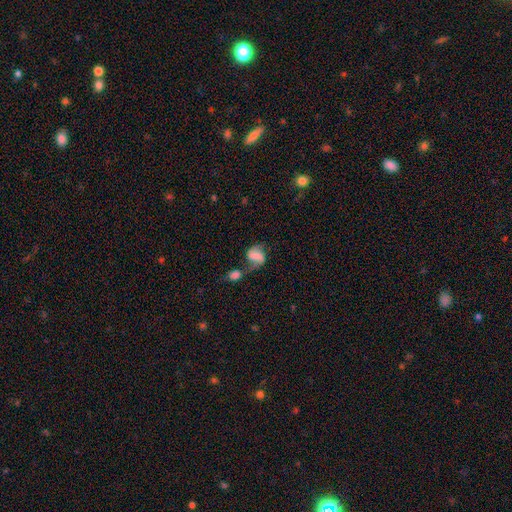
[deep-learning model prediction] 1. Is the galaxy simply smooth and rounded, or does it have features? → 54% featured or disk, 36% smooth, 10% star or artifact.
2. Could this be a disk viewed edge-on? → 97% no, 3% yes.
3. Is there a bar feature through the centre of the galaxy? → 39% no, 37% weak, 24% strong.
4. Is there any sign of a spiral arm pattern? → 86% yes, 14% no.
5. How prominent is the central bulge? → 50% none, 18% small, 14% moderate, 12% large, 5% dominant.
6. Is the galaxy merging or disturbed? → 45% merger, 28% none, 14% major disturbance, 13% minor disturbance.